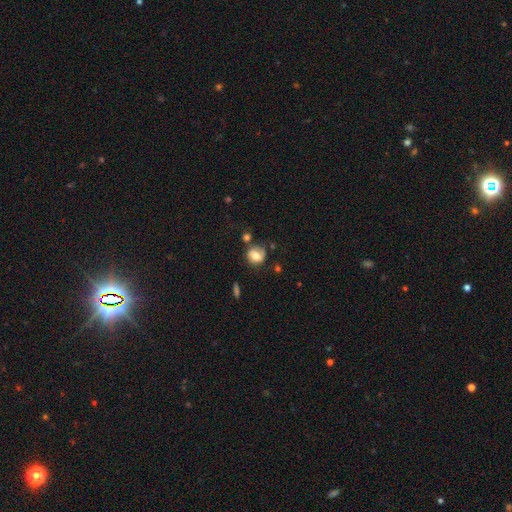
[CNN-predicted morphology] Smooth or featured? smooth (66%)
How rounded? round (77%)
Merging? none (63%)